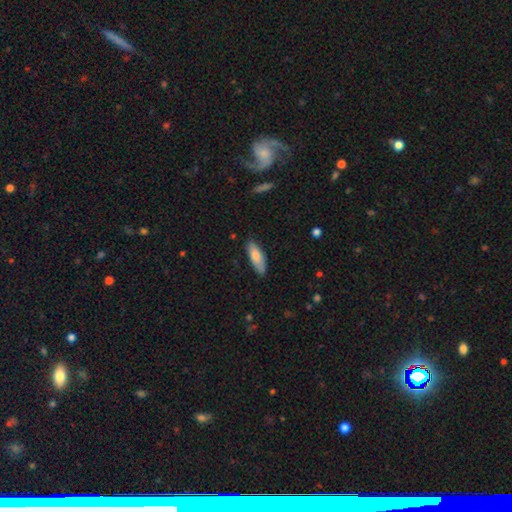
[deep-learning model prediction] Smooth or featured? Predicted: smooth (p=0.73). How rounded? Predicted: in between (p=0.59). Merging? Predicted: none (p=0.83).